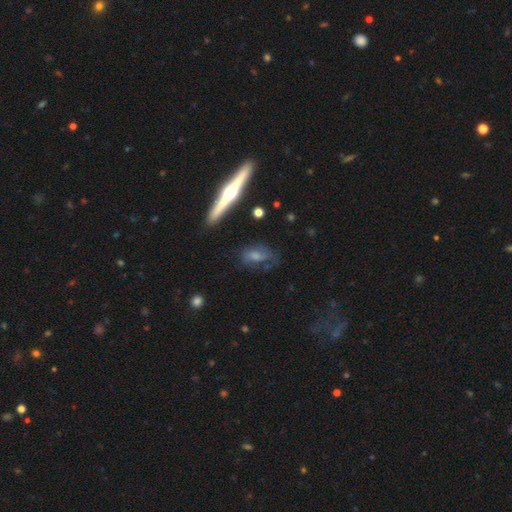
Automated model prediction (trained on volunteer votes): smooth_or_featured: smooth (p=0.50) [alt: featured or disk p=0.39]
how_rounded: in between (p=0.73) [alt: cigar-shaped p=0.17]
merging: none (p=0.52) [alt: minor disturbance p=0.26]